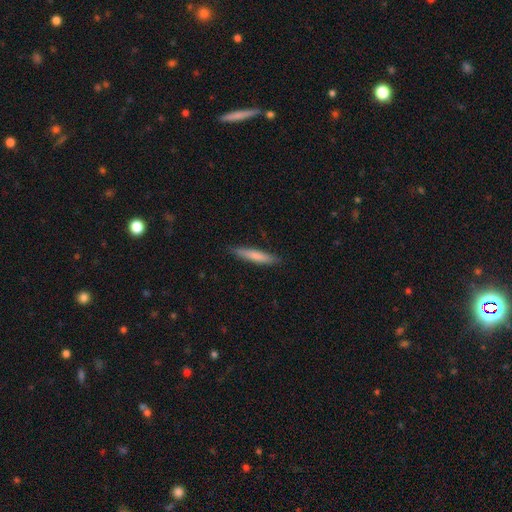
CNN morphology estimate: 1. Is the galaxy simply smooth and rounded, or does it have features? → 75% smooth, 20% featured or disk, 5% star or artifact.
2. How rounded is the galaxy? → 90% cigar-shaped, 9% in between, 1% round.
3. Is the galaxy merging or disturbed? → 89% none, 9% minor disturbance, 2% major disturbance, 1% merger.